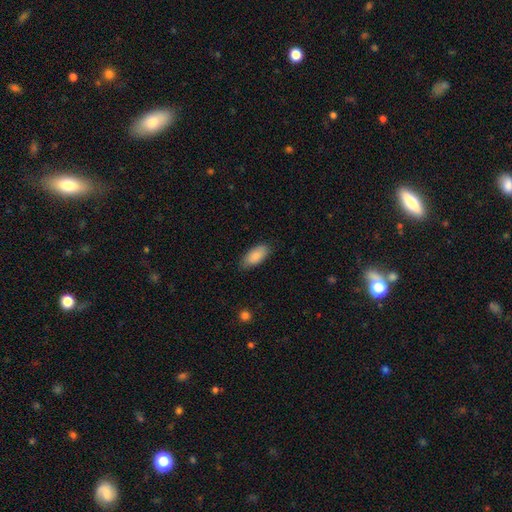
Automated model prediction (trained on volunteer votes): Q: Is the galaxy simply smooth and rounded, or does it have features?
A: smooth — 87%.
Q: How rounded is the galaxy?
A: in between — 90%.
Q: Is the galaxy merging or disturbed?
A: none — 81%.